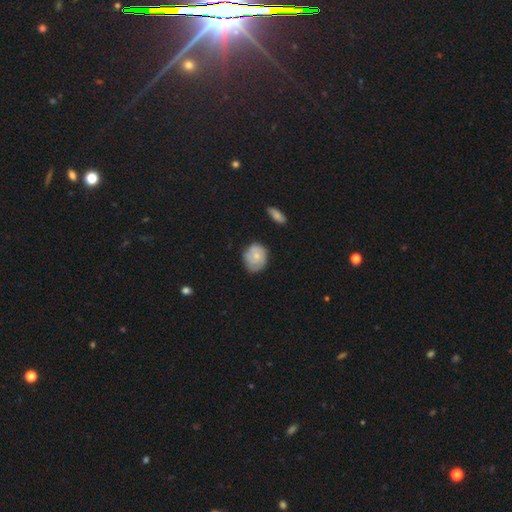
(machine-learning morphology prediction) A smooth galaxy with no disk features (54%) that is round (63%).

Vote fractions:
- Smooth or featured? smooth: 54% / featured or disk: 40% / star or artifact: 7%
- How rounded? round: 63% / in between: 36% / cigar-shaped: 1%
- Merging? none: 66% / minor disturbance: 26% / major disturbance: 6% / merger: 2%